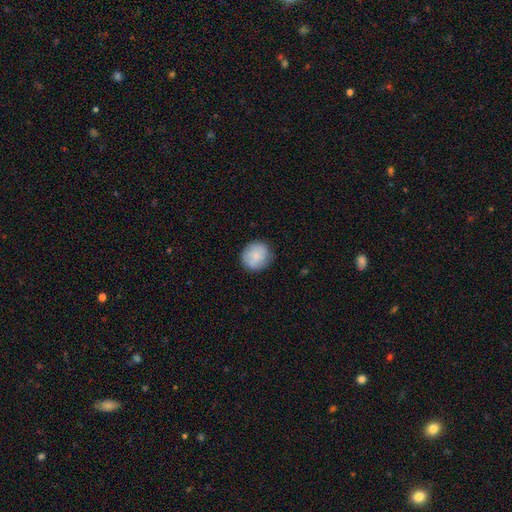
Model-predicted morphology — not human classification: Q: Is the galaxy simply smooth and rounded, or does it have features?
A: smooth — 83%.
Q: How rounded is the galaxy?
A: round — 89%.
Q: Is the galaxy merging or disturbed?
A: none — 85%.